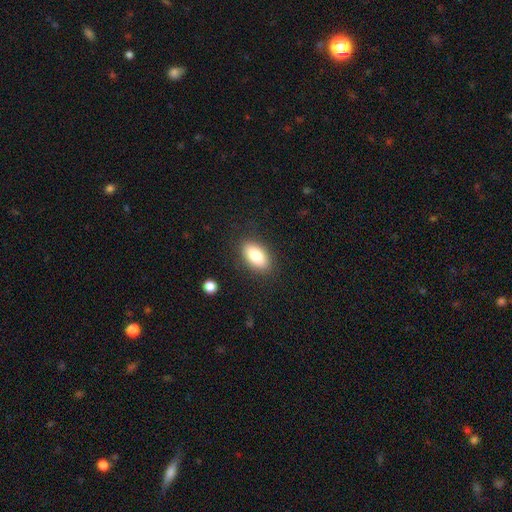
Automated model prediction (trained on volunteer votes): Q: Smooth or featured?
A: smooth (82%); runner-up: featured or disk (10%)
Q: How rounded?
A: in between (92%); runner-up: round (5%)
Q: Merging?
A: none (86%); runner-up: minor disturbance (10%)